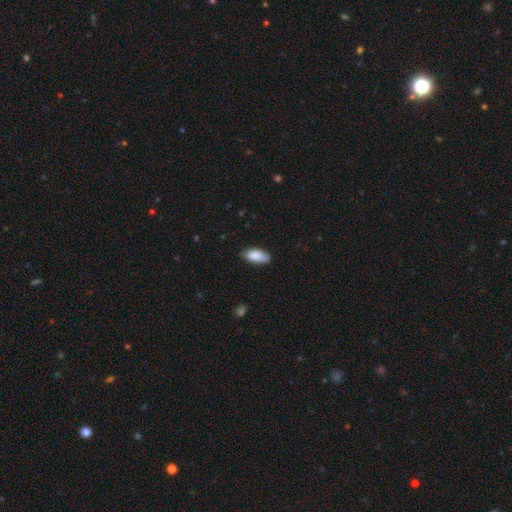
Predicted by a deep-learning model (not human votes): This appears to be a smooth galaxy with no disk features (87%) that is in between round and cigar-shaped (91%). Merging: none (76%).